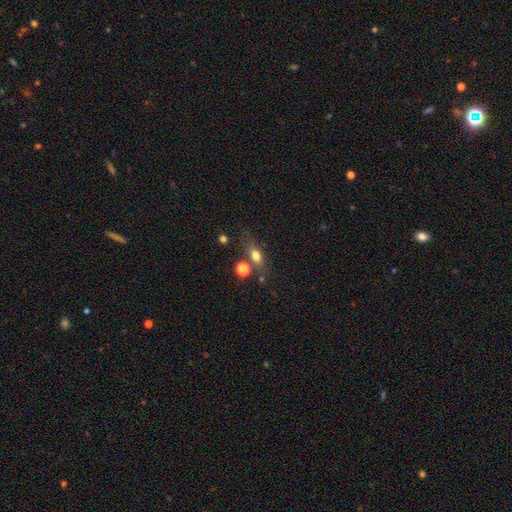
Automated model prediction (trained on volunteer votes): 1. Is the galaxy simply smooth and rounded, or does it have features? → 69% smooth, 19% featured or disk, 12% star or artifact.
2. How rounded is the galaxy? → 64% in between, 19% cigar-shaped, 17% round.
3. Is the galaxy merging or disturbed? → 61% none, 17% minor disturbance, 15% merger, 8% major disturbance.